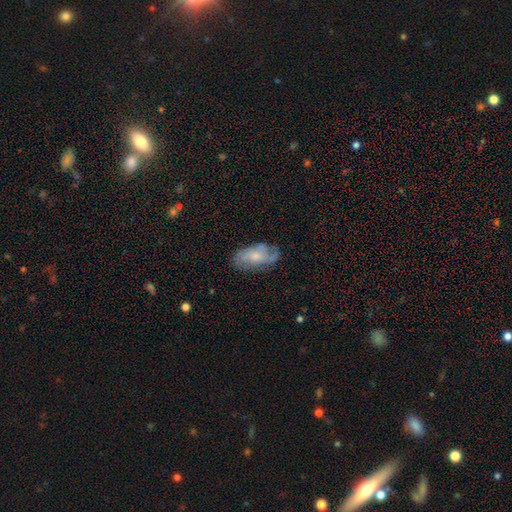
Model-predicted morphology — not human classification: smooth-or-featured: featured or disk: 61% | smooth: 32% | star or artifact: 7%
  disk-edge-on: no: 94% | yes: 6%
    bar: no: 69% | weak: 26% | strong: 4%
    has-spiral-arms: yes: 86% | no: 14%
    bulge-size: small: 53% | moderate: 37% | none: 7% | large: 3% | dominant: 1%
  merging: none: 65% | minor disturbance: 23% | major disturbance: 10% | merger: 2%